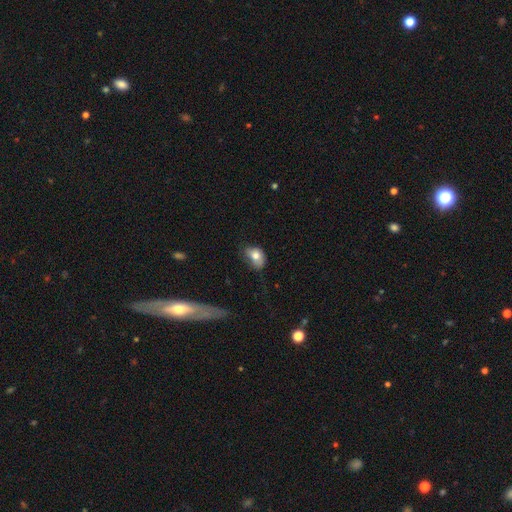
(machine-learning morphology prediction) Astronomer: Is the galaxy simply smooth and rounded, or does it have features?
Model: smooth — 76%.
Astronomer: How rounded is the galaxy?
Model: in between — 75%.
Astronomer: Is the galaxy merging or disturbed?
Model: minor disturbance — 40% (runner-up: none, 39%).